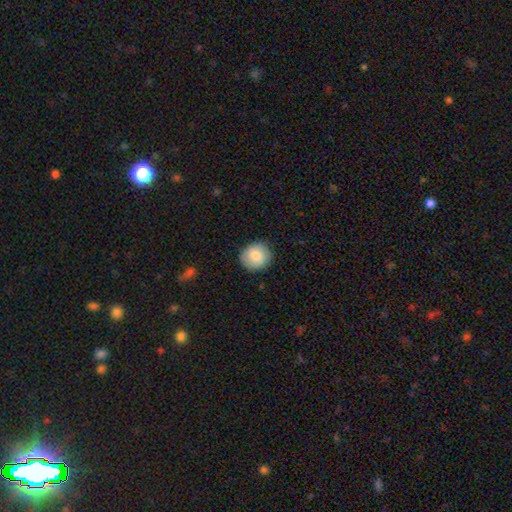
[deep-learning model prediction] Smooth or featured?
  - smooth: 82% *
  - featured or disk: 11%
  - star or artifact: 7%
How rounded?
  - round: 86% *
  - in between: 13%
  - cigar-shaped: 1%
Merging?
  - none: 88% *
  - minor disturbance: 9%
  - major disturbance: 2%
  - merger: 1%